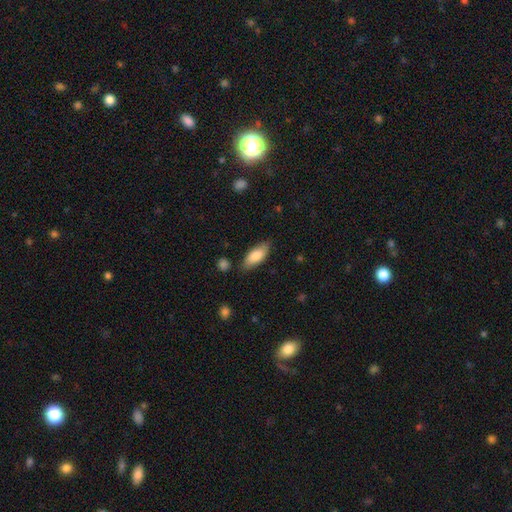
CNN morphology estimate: Smooth or featured?
  - smooth: 80% *
  - featured or disk: 15%
  - star or artifact: 6%
How rounded?
  - in between: 80% *
  - cigar-shaped: 18%
  - round: 2%
Merging?
  - none: 81% *
  - minor disturbance: 14%
  - major disturbance: 3%
  - merger: 2%